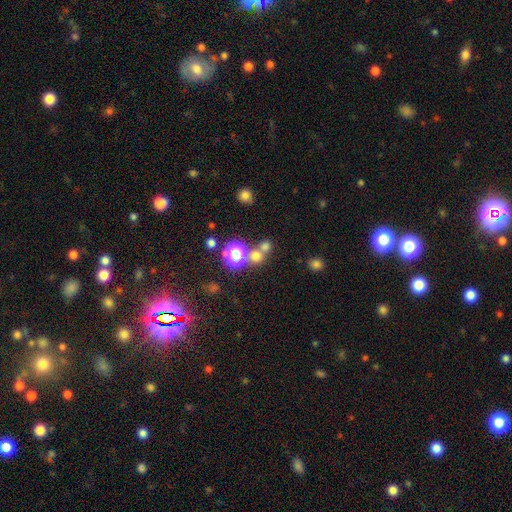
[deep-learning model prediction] This is possibly a smooth galaxy (60%). How rounded: clearly round (87%). Merging: likely none (60%).